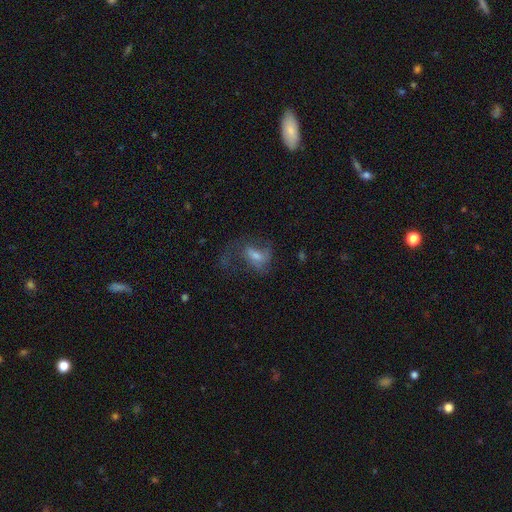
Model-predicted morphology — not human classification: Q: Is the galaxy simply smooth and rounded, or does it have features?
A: featured or disk — 58%.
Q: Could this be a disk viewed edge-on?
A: no — 95%.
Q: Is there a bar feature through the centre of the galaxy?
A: weak — 44%.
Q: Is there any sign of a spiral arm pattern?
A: yes — 75%.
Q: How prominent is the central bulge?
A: moderate — 43%.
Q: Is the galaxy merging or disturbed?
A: major disturbance — 41%.